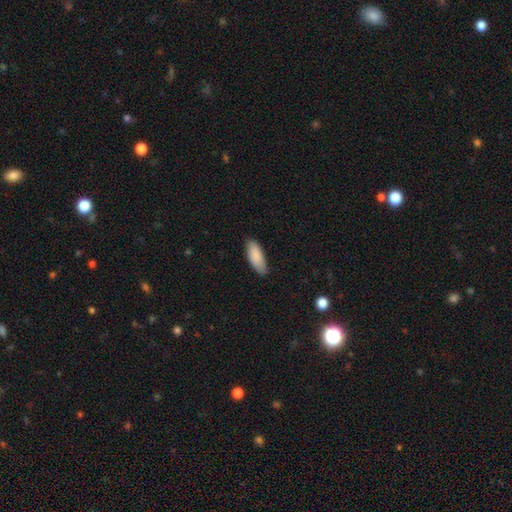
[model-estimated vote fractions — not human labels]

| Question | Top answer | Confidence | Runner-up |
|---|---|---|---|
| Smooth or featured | smooth | 88% | featured or disk (6%) |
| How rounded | in between | 75% | cigar-shaped (24%) |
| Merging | none | 80% | minor disturbance (17%) |